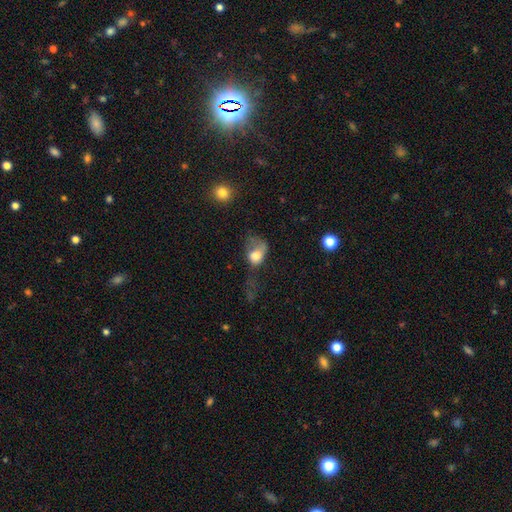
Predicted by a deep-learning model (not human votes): The model was most divided on "how rounded": in between: 60%, round: 38%, cigar-shaped: 2%. More confident: smooth or featured — smooth (67%); merging — major disturbance (58%).